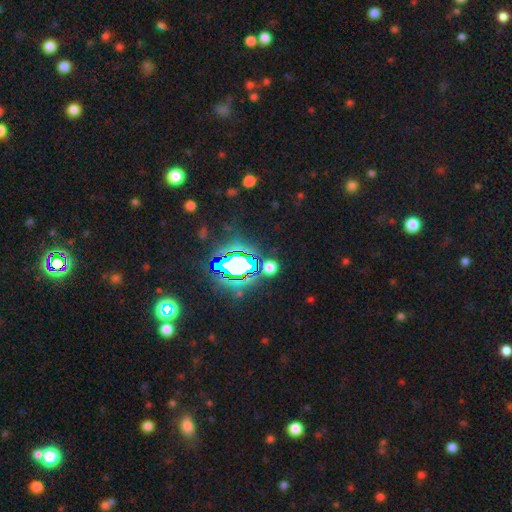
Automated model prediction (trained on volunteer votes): A star or artifact, not a galaxy (81%).